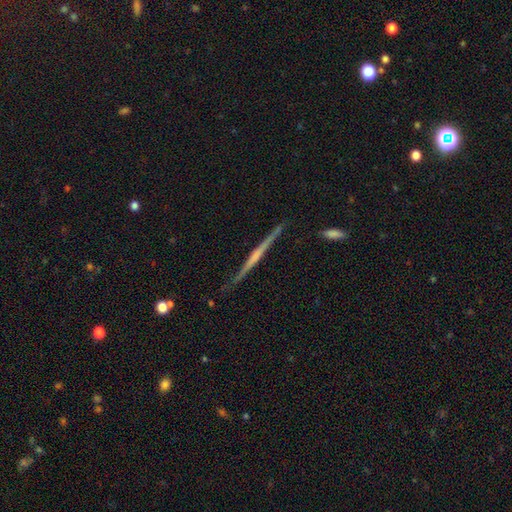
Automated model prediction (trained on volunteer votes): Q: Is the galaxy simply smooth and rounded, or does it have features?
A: featured or disk — 72%.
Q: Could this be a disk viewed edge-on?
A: yes — 98%.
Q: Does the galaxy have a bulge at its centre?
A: none — 57%.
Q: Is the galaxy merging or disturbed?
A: none — 86%.